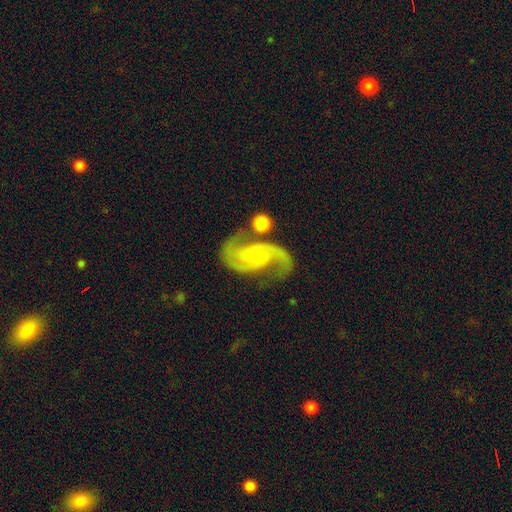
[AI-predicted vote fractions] Smooth or featured? featured or disk (91%)
Edge-on disk? no (98%)
Bar? no (61%)
Spiral arms? yes (98%)
Spiral winding? medium (52%)
Spiral arm count? 2 (94%)
Bulge size? small (64%)
Merging? none (65%)